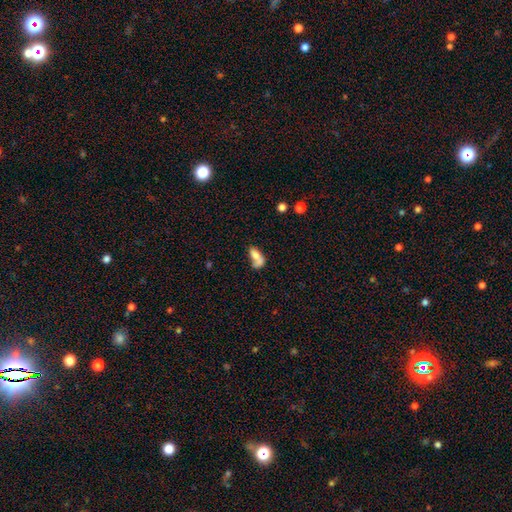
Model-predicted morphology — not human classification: Smooth or featured? smooth (68%)
How rounded? in between (81%)
Merging? merger (53%)